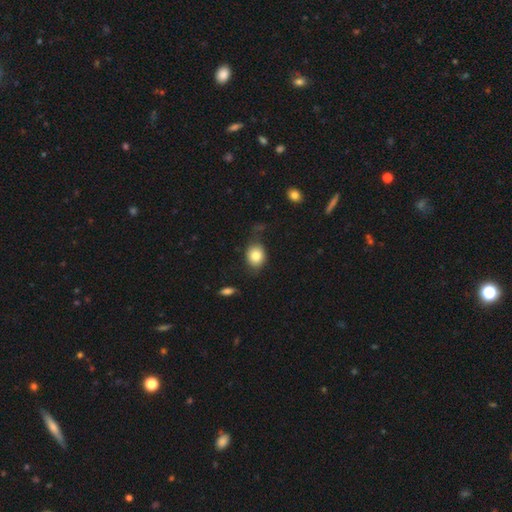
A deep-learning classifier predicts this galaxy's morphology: type=smooth (81%); roundness=round (56%); merging=none (65%).